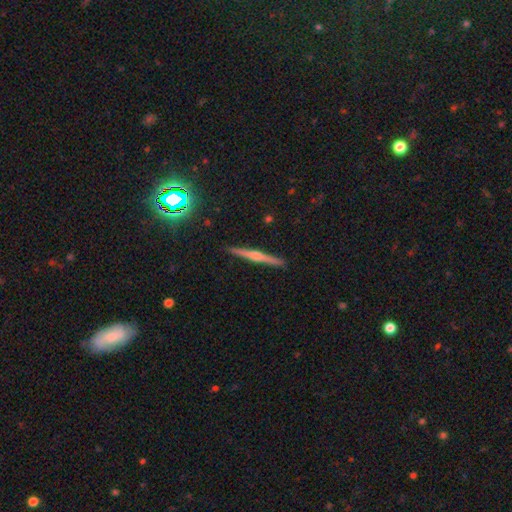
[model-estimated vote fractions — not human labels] The model was most divided on "smooth or featured": featured or disk: 72%, smooth: 20%, star or artifact: 8%. More confident: edge-on disk — yes (98%); merging — none (92%); edge-on bulge — rounded (81%).